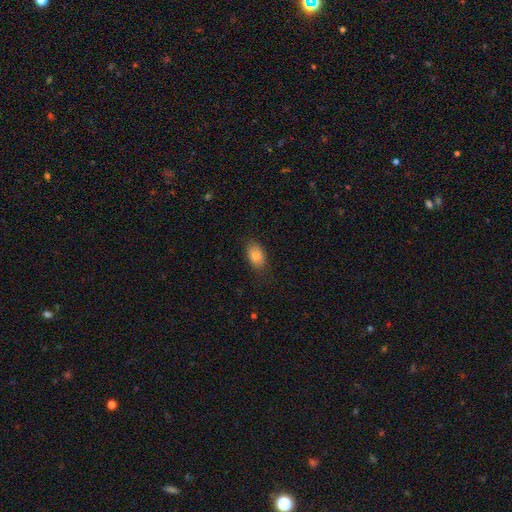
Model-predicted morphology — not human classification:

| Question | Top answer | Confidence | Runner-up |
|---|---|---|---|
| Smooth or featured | smooth | 85% | featured or disk (8%) |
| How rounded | in between | 90% | round (8%) |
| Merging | none | 80% | minor disturbance (15%) |